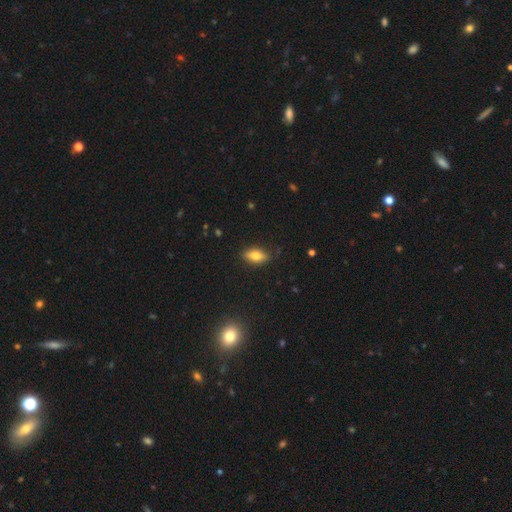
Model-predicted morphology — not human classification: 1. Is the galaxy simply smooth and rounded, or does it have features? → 70% smooth, 21% featured or disk, 9% star or artifact.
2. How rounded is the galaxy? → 82% in between, 12% cigar-shaped, 6% round.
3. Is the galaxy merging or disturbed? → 82% none, 14% minor disturbance, 3% major disturbance, 1% merger.